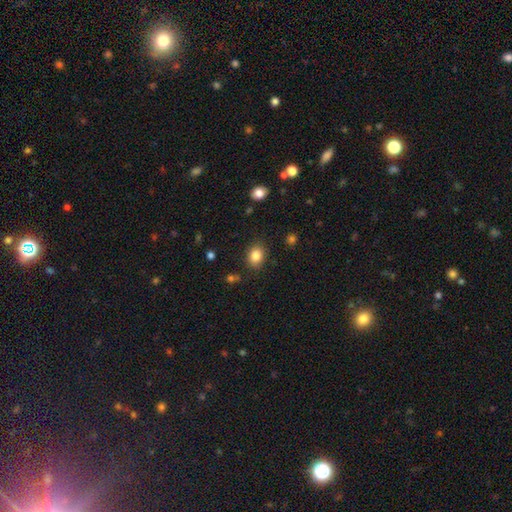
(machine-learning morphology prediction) Smooth or featured? smooth (84%)
How rounded? in between (61%)
Merging? none (84%)